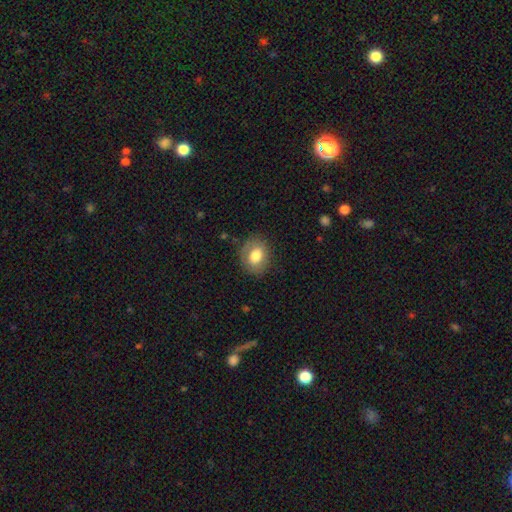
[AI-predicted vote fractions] Smooth or featured?
  - smooth: 75% *
  - featured or disk: 17%
  - star or artifact: 8%
How rounded?
  - in between: 55% *
  - round: 44%
  - cigar-shaped: 1%
Merging?
  - none: 78% *
  - minor disturbance: 16%
  - major disturbance: 5%
  - merger: 1%